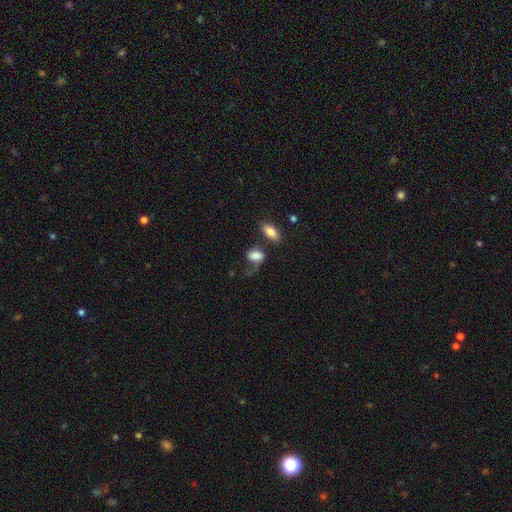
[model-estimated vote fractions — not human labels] The model was most divided on "merging": none: 36%, major disturbance: 28%, minor disturbance: 21%, merger: 14%. More confident: how rounded — in between (84%); smooth or featured — smooth (77%).